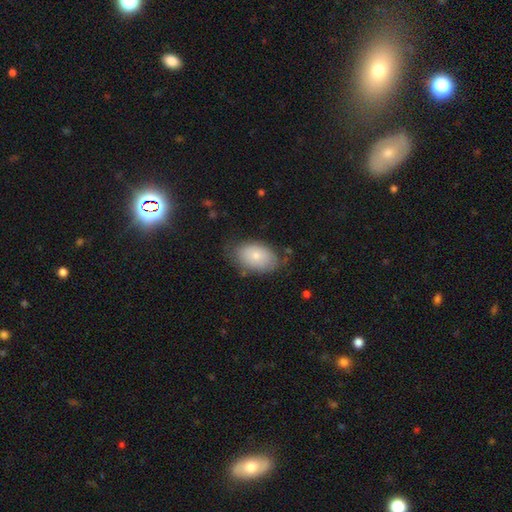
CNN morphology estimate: This appears to be a smooth galaxy with no disk features (77%) that is in between round and cigar-shaped (90%). Merging: none (72%).